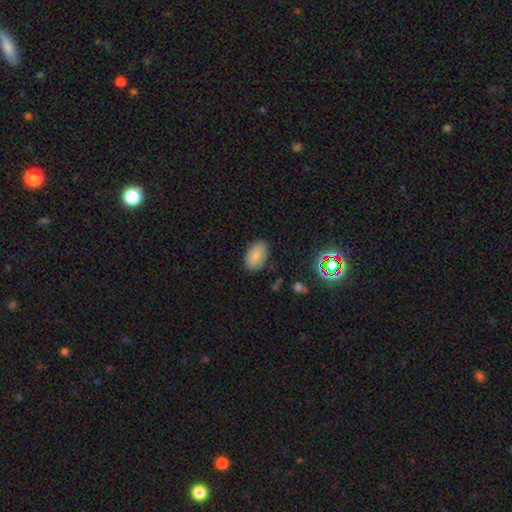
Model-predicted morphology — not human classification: type=smooth (83%); roundness=in between (91%); merging=none (83%).